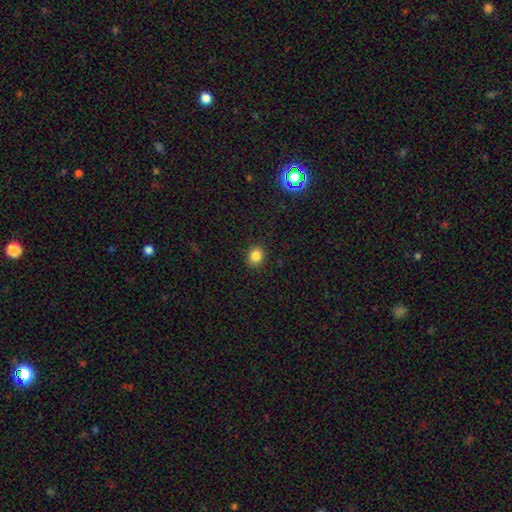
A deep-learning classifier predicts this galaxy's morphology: Smooth or featured? Predicted: smooth (p=0.84). How rounded? Predicted: round (p=0.76). Merging? Predicted: none (p=0.91).